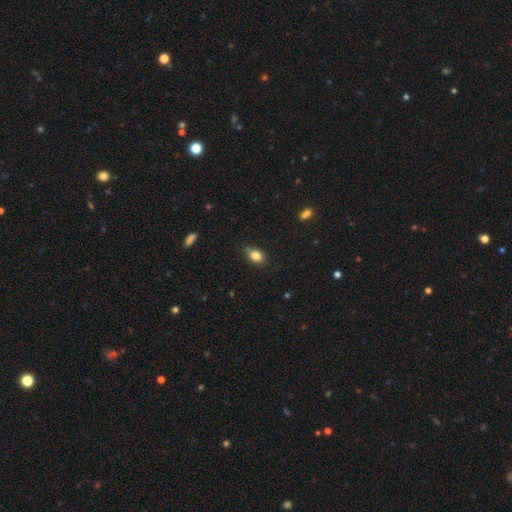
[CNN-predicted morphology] Q: Smooth or featured?
A: smooth (84%); runner-up: star or artifact (10%)
Q: How rounded?
A: in between (75%); runner-up: round (24%)
Q: Merging?
A: none (77%); runner-up: minor disturbance (18%)